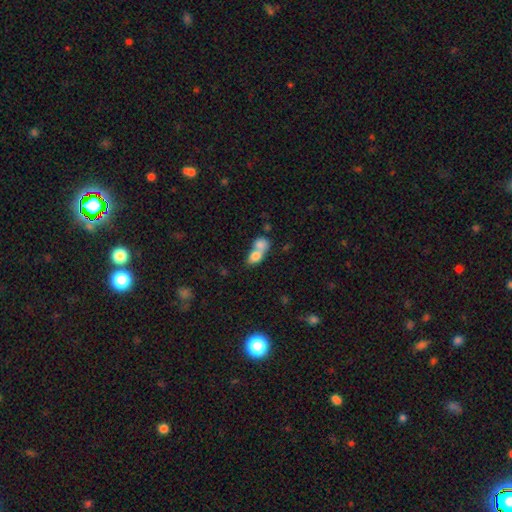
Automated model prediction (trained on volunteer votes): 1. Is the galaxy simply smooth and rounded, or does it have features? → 76% smooth, 15% featured or disk, 8% star or artifact.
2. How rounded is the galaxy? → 68% in between, 29% round, 3% cigar-shaped.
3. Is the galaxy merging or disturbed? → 76% merger, 16% none, 5% minor disturbance, 4% major disturbance.